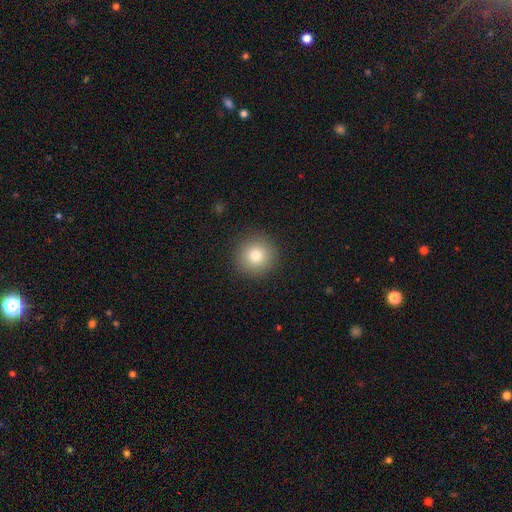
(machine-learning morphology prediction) type=smooth (78%); roundness=round (95%); merging=none (91%).